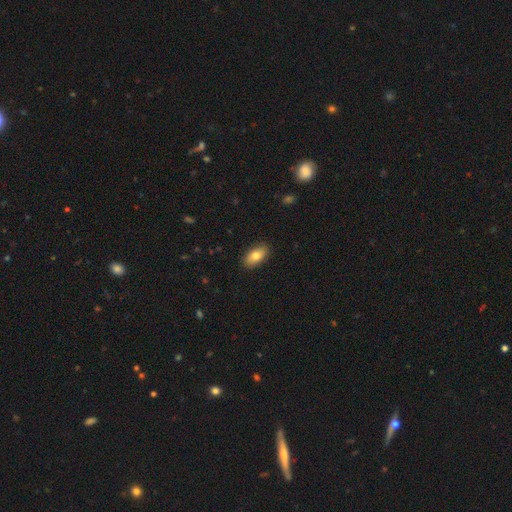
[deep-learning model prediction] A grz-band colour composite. It shows a smooth galaxy with no disk features (79%) that is in between round and cigar-shaped (91%). Merging: none (88%).